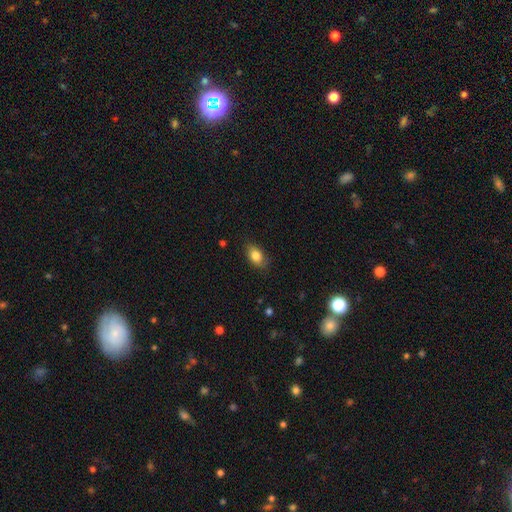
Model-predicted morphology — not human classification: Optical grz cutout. It shows a smooth galaxy with no disk features (83%) that is in between round and cigar-shaped (85%). Merging: none (82%).